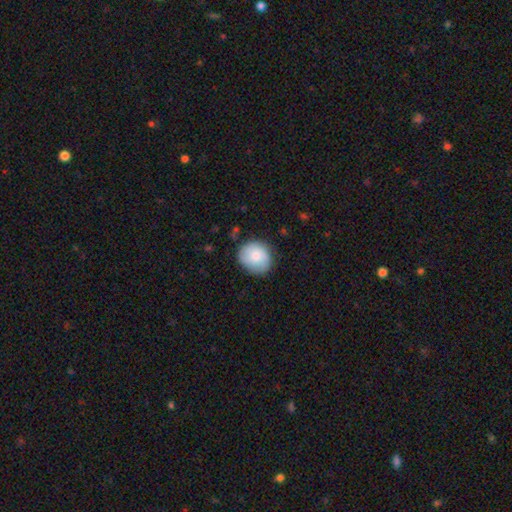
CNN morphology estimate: The model was most divided on "smooth or featured": smooth: 72%, featured or disk: 22%, star or artifact: 7%. More confident: how rounded — round (81%); merging — none (78%).